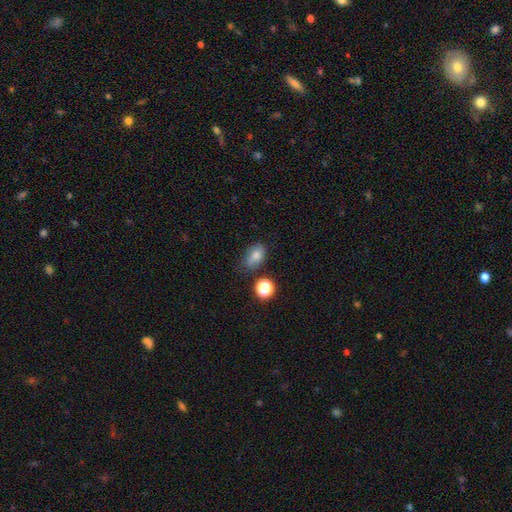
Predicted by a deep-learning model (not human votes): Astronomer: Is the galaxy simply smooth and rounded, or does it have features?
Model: smooth — 78%.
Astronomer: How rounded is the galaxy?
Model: in between — 81%.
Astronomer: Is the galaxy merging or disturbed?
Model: none — 58%.